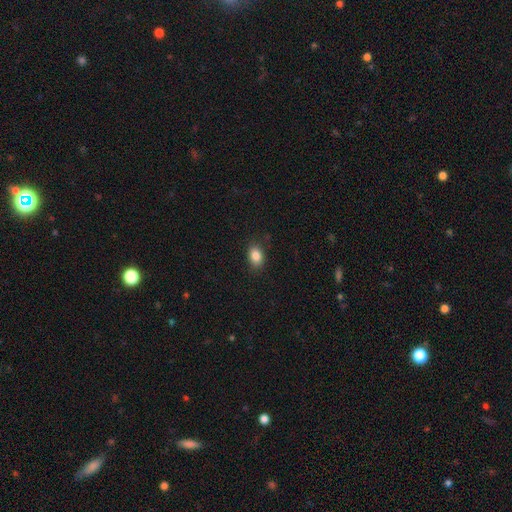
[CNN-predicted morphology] type=smooth (85%); roundness=in between (76%); merging=none (85%).